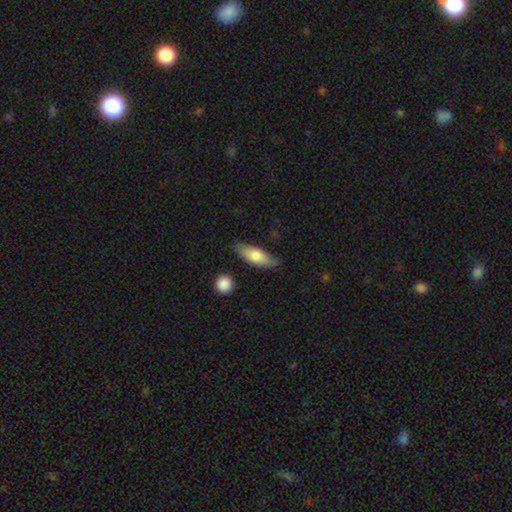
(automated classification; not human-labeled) Smooth or featured? smooth (70%)
How rounded? in between (65%)
Merging? none (78%)